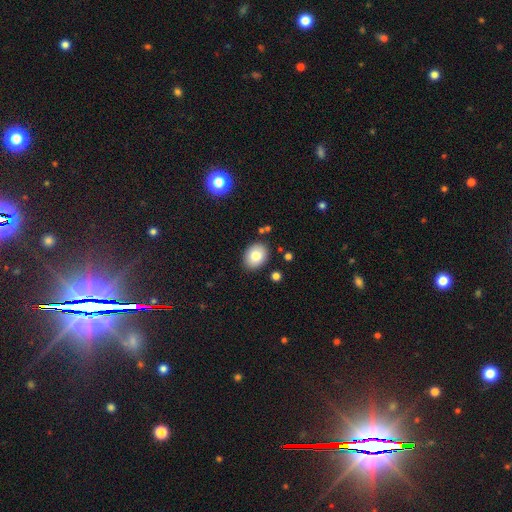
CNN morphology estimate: Smooth or featured? Predicted: smooth (p=0.81). How rounded? Predicted: in between (p=0.66). Merging? Predicted: none (p=0.86).